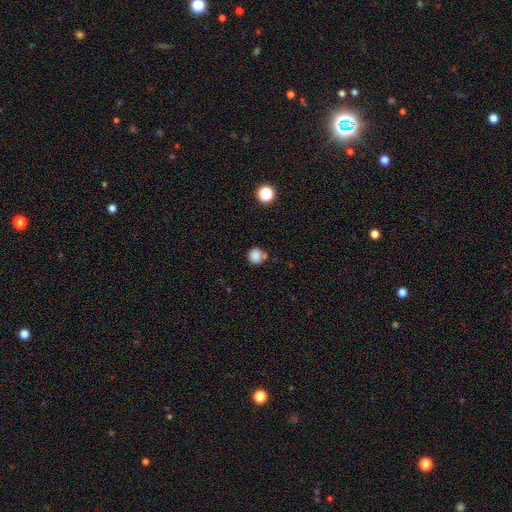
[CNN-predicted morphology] This appears to be a smooth galaxy with no disk features (84%) that is round (92%). Merging: none (69%).